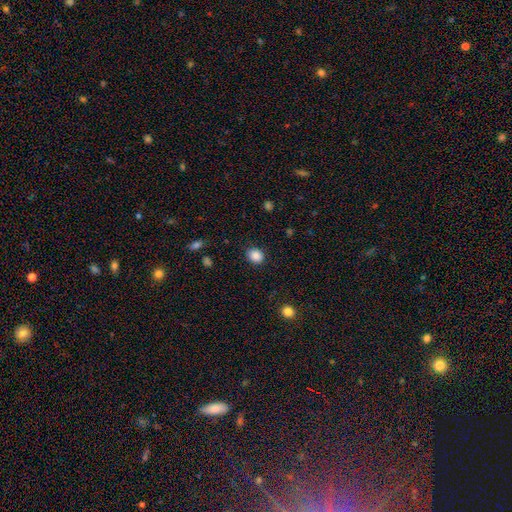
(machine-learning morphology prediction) type=smooth (87%); roundness=round (68%); merging=none (86%).